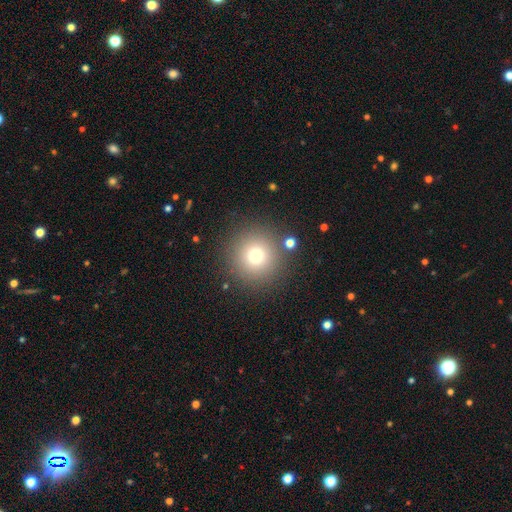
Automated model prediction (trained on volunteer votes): Morphology: type=smooth (74%); roundness=round (96%); merging=none (87%).